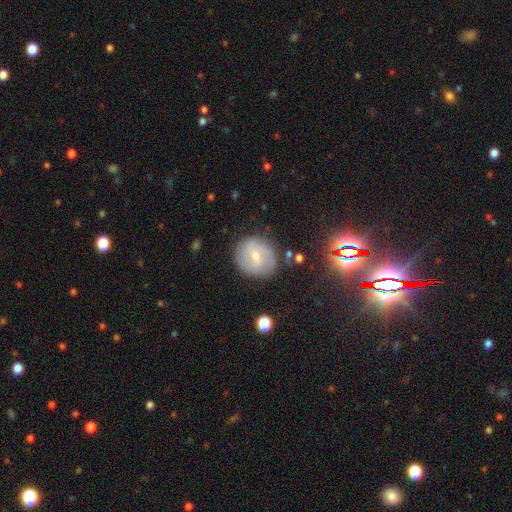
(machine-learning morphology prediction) This appears to be a smooth galaxy with no disk features (45%, tied with featured or disk). Merging: none (76%).